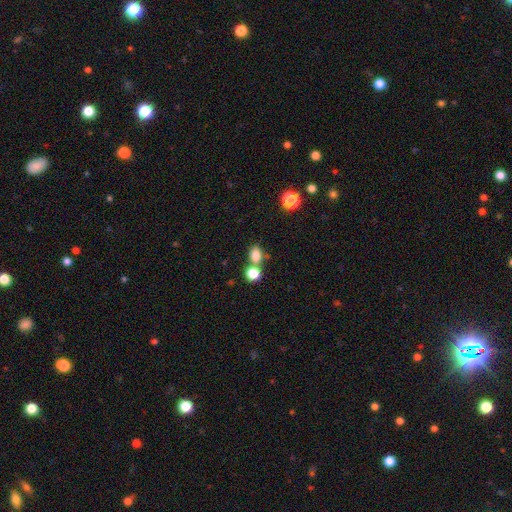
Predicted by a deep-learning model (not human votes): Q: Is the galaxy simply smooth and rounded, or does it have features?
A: smooth — 80%.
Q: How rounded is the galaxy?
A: in between — 59%.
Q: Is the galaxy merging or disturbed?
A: none — 54%.